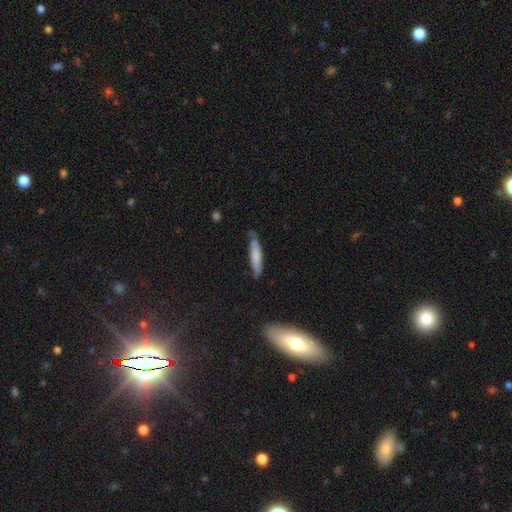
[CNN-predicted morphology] smooth-or-featured: smooth: 73% | featured or disk: 21% | star or artifact: 6%
  how-rounded: cigar-shaped: 87% | in between: 12% | round: 1%
  merging: none: 70% | minor disturbance: 23% | major disturbance: 4% | merger: 3%